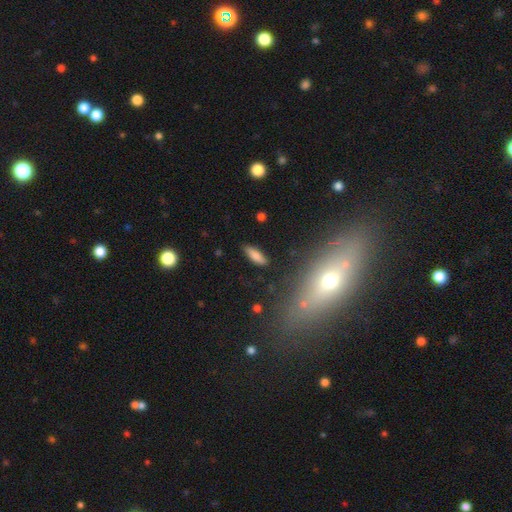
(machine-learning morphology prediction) smooth 82%, featured or disk 10%, star or artifact 8%. Down the decision tree: how rounded — in between (55%); merging — none (84%).